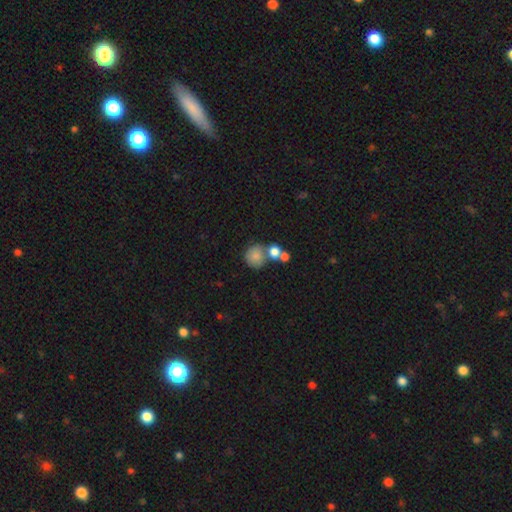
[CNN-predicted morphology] A smooth galaxy with no disk features (78%) that is round (85%). Merging: none (47%).